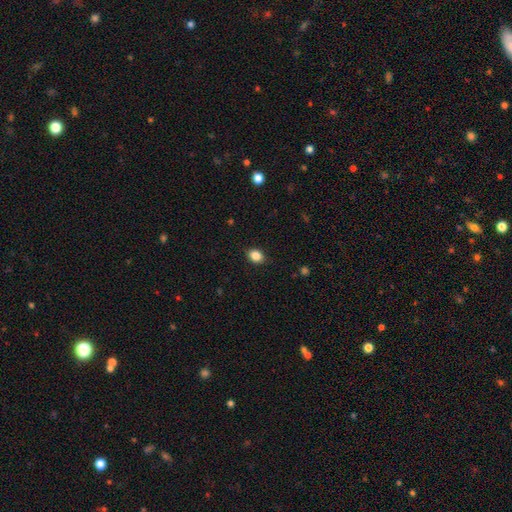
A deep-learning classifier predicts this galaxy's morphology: smooth-or-featured: smooth: 86% | star or artifact: 10% | featured or disk: 5%
  how-rounded: in between: 61% | round: 38% | cigar-shaped: 1%
  merging: none: 86% | minor disturbance: 10% | major disturbance: 2% | merger: 1%